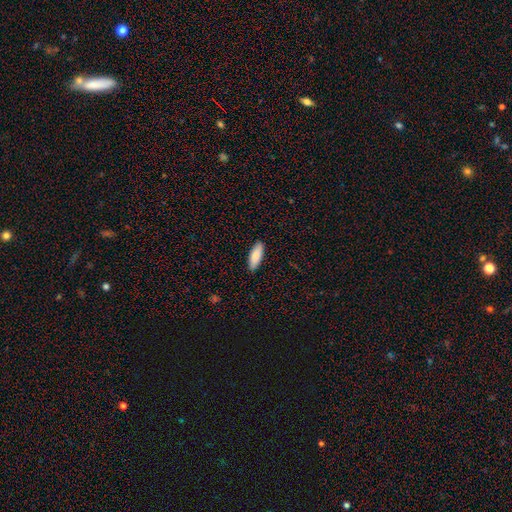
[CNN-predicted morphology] A smooth galaxy with no disk features (83%) that is in between round and cigar-shaped (68%). Merging: none (89%).